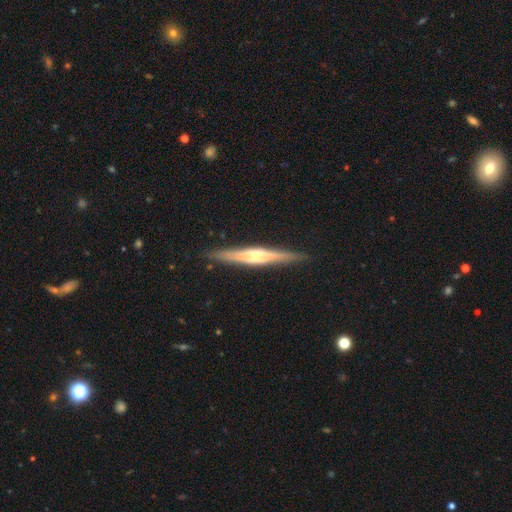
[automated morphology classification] smooth-or-featured: featured or disk: 75% | smooth: 19% | star or artifact: 6%
  disk-edge-on: yes: 97% | no: 3%
    edge-on-bulge: rounded: 66% | boxy: 23% | none: 11%
  merging: none: 89% | minor disturbance: 8% | major disturbance: 2% | merger: 1%